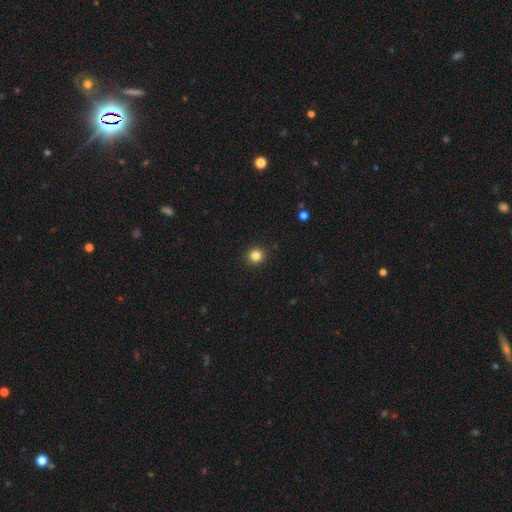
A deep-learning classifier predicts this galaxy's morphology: This appears to be a smooth galaxy with no disk features (84%) that is round (93%). Merging: none (93%).